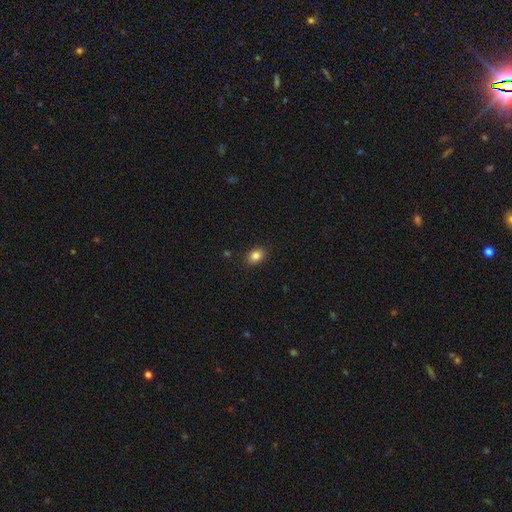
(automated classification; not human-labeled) Smooth or featured? Predicted: smooth (p=0.85). How rounded? Predicted: in between (p=0.67). Merging? Predicted: none (p=0.89).